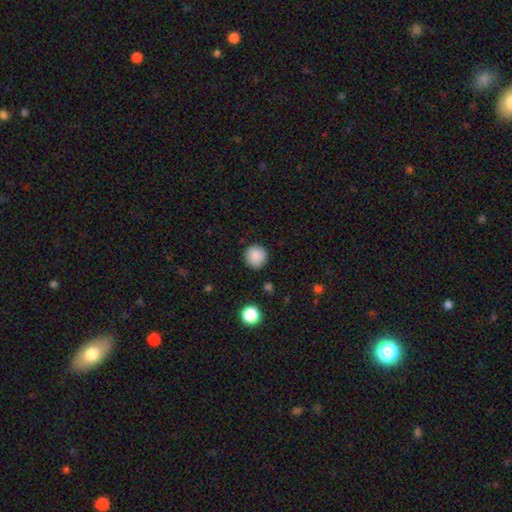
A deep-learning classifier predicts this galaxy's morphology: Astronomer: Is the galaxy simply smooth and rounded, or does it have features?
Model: smooth — 87%.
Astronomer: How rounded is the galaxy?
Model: round — 95%.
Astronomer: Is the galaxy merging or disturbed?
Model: none — 88%.